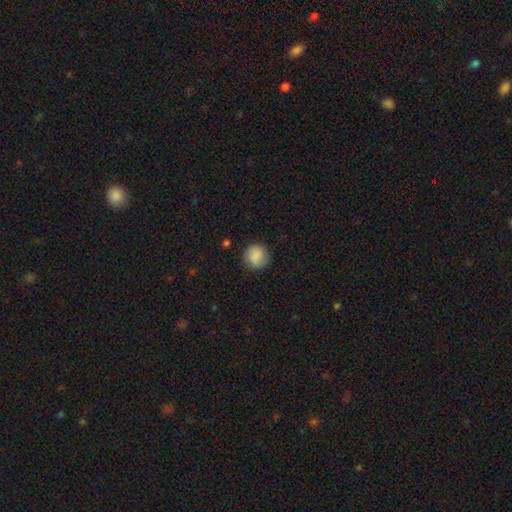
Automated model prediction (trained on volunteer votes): Smooth or featured?
  - smooth: 86% *
  - star or artifact: 8%
  - featured or disk: 6%
How rounded?
  - round: 91% *
  - in between: 8%
  - cigar-shaped: 1%
Merging?
  - none: 85% *
  - minor disturbance: 11%
  - major disturbance: 3%
  - merger: 1%